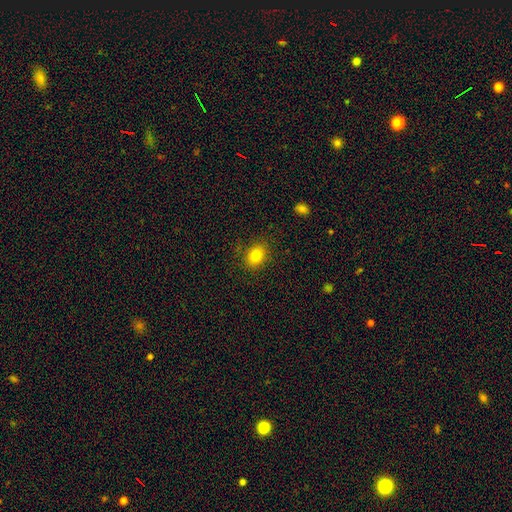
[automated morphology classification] smooth 82%, star or artifact 11%, featured or disk 8%. Down the decision tree: how rounded — in between (63%); merging — none (86%).